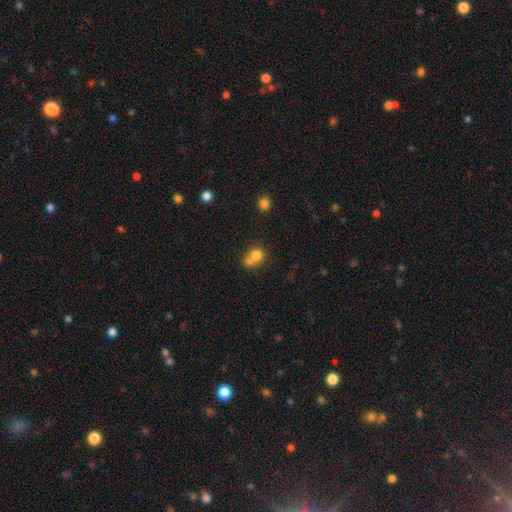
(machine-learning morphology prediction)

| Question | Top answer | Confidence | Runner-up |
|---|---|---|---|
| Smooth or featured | smooth | 76% | featured or disk (13%) |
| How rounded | round | 78% | in between (21%) |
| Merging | merger | 55% | none (34%) |